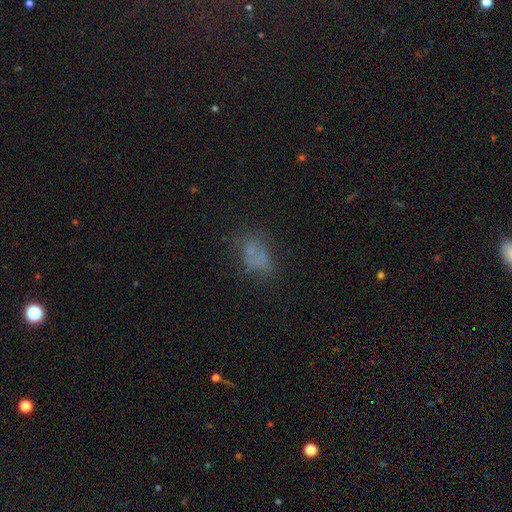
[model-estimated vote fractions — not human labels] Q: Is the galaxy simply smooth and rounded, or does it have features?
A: smooth — 56%.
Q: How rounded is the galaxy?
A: in between — 82%.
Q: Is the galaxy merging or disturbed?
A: none — 55%.